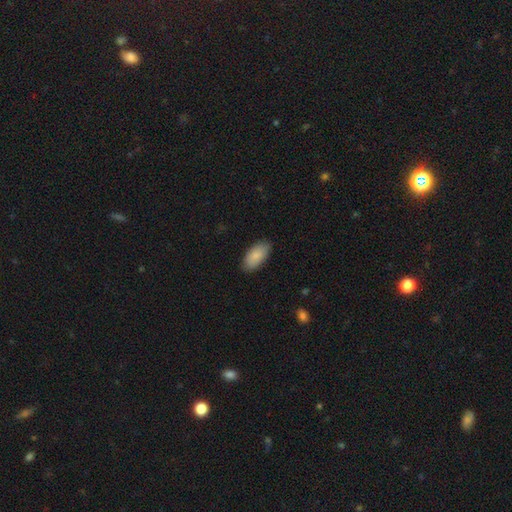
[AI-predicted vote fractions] Smooth or featured? smooth (88%)
How rounded? in between (92%)
Merging? none (86%)